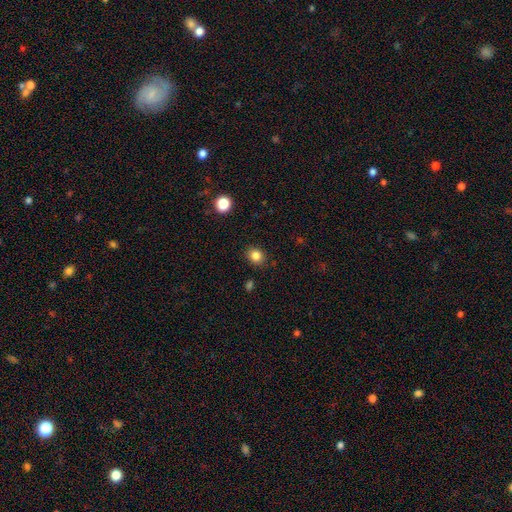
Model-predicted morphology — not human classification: A smooth galaxy with no disk features (84%) that is round (71%).

Vote fractions:
- Smooth or featured? smooth: 84% / star or artifact: 11% / featured or disk: 5%
- How rounded? round: 71% / in between: 28% / cigar-shaped: 1%
- Merging? none: 89% / minor disturbance: 8% / major disturbance: 2% / merger: 1%